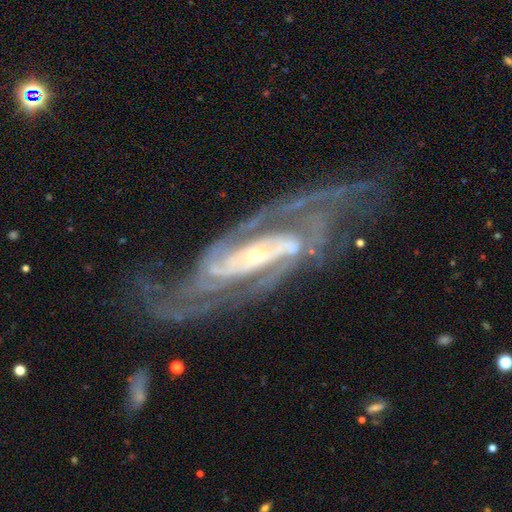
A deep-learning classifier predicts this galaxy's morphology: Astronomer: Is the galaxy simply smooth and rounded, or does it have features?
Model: featured or disk — 92%.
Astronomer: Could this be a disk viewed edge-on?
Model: no — 94%.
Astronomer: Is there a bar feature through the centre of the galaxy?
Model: strong — 46% (runner-up: weak, 28%).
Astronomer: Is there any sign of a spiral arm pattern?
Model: yes — 98%.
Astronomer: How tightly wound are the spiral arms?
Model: medium — 45% (runner-up: tight, 44%).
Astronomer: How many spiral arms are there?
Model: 2 — 65%.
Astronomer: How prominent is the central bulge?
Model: small — 73%.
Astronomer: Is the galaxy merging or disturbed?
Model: none — 67%.